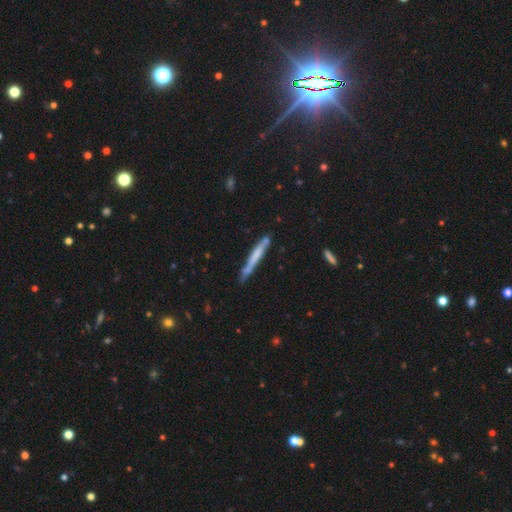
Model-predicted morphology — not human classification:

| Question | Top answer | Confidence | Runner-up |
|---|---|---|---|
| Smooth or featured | smooth | 52% | featured or disk (42%) |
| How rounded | cigar-shaped | 96% | in between (3%) |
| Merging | none | 75% | minor disturbance (18%) |